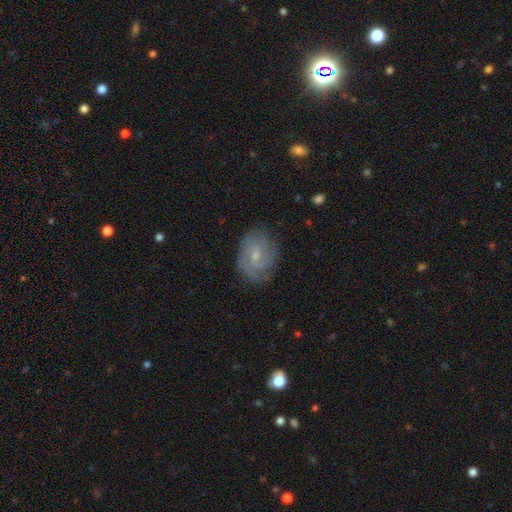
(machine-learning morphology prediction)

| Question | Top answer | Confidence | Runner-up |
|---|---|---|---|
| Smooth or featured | featured or disk | 70% | smooth (22%) |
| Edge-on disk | no | 97% | yes (3%) |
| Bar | no | 57% | weak (38%) |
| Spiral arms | yes | 90% | no (10%) |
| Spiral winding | tight | 57% | medium (33%) |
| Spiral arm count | can't tell | 37% | 2 (30%) |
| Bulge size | small | 65% | moderate (31%) |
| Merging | none | 77% | minor disturbance (17%) |